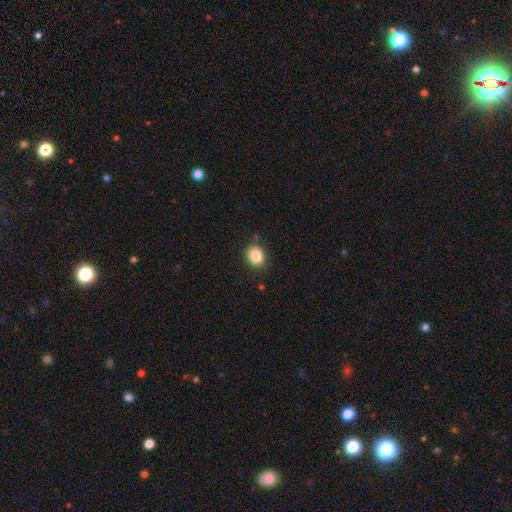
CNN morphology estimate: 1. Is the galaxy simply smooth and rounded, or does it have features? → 87% smooth, 9% star or artifact, 4% featured or disk.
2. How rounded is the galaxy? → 63% round, 36% in between, 1% cigar-shaped.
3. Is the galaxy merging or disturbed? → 85% none, 10% minor disturbance, 3% major disturbance, 2% merger.